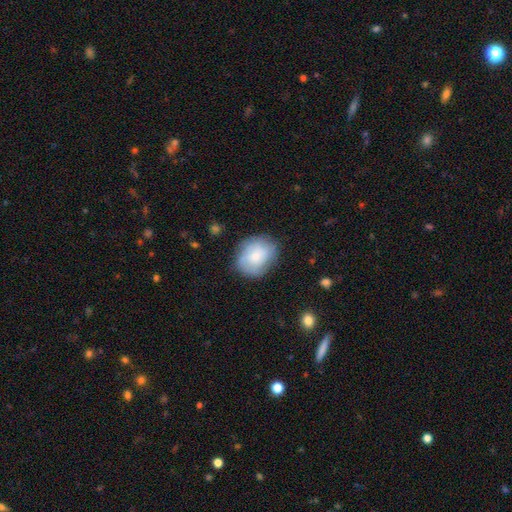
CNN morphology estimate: smooth-or-featured: smooth: 64% | featured or disk: 28% | star or artifact: 8%
  how-rounded: round: 55% | in between: 44% | cigar-shaped: 1%
  merging: none: 72% | minor disturbance: 20% | major disturbance: 6% | merger: 1%